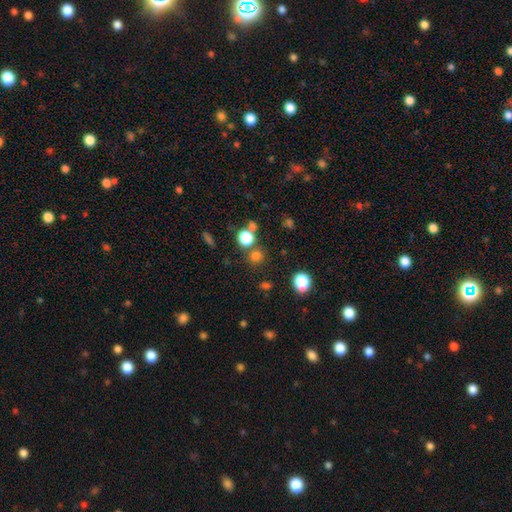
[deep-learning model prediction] Overall: smooth (73%). How rounded: round (88%). Merging: none (73%).